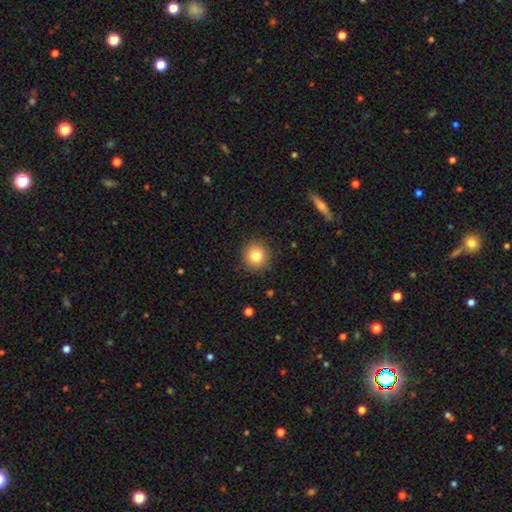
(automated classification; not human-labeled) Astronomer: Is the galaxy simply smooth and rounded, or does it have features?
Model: smooth — 81%.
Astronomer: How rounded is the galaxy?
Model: round — 92%.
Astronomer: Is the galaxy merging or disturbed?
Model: none — 90%.